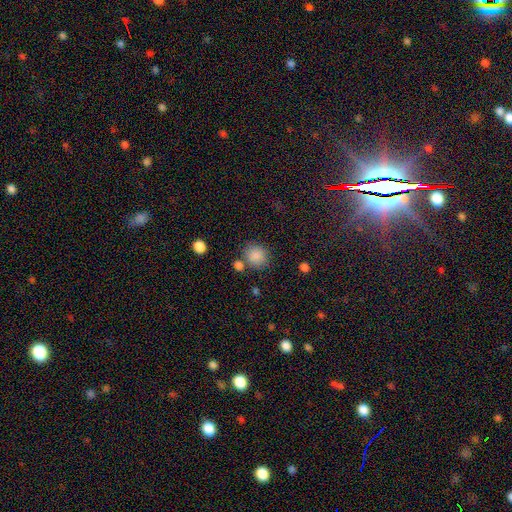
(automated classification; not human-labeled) smooth 86%, star or artifact 10%, featured or disk 4%. Down the decision tree: how rounded — round (81%); merging — none (74%).